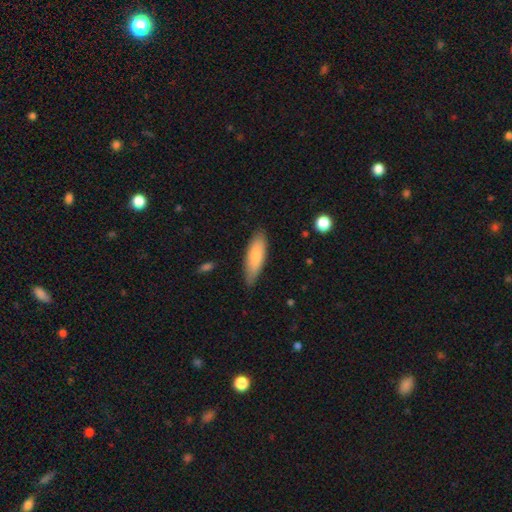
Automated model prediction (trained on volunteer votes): This appears to be a smooth galaxy with no disk features (78%) that is in between round and cigar-shaped (57%). Merging: none (79%).